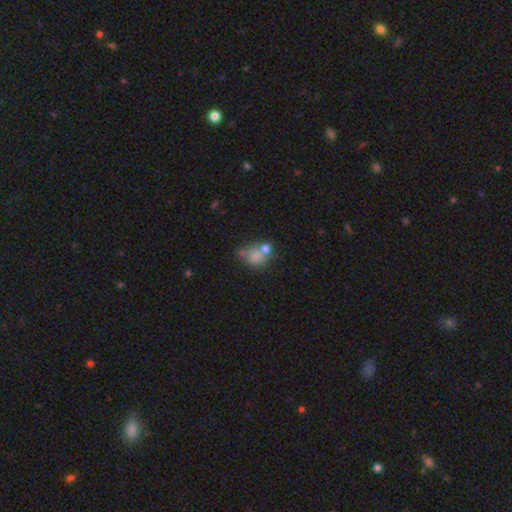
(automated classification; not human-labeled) Smooth or featured? smooth (66%)
How rounded? round (50%)
Merging? merger (37%)